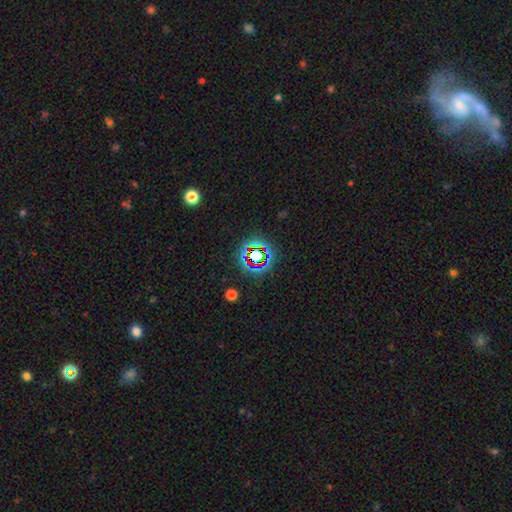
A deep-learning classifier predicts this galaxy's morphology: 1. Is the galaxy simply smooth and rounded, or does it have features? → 69% star or artifact, 19% smooth, 12% featured or disk.